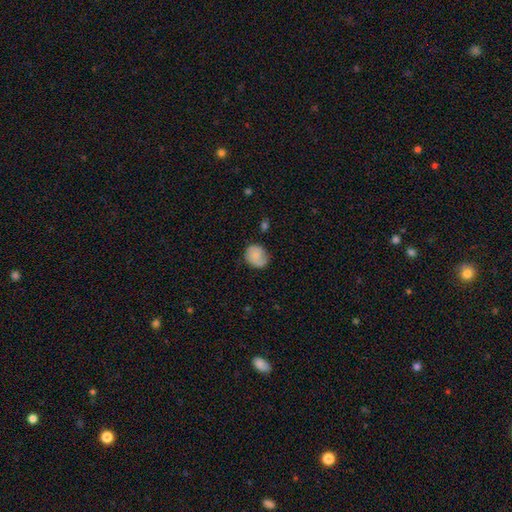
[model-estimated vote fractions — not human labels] This appears to be a smooth galaxy with no disk features (69%) that is round (64%). Merging: none (62%).